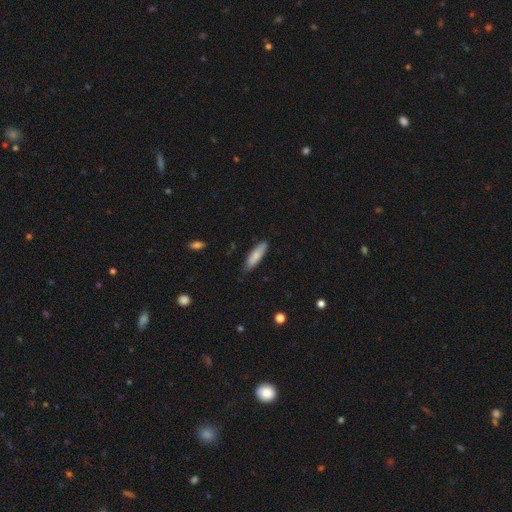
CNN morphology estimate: Smooth or featured? smooth (81%)
How rounded? cigar-shaped (64%)
Merging? none (78%)